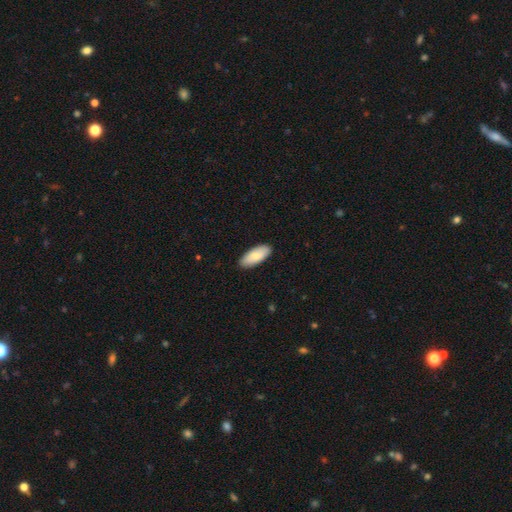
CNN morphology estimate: This appears to be a smooth galaxy with no disk features (84%) that is in between round and cigar-shaped (85%). Merging: none (90%).